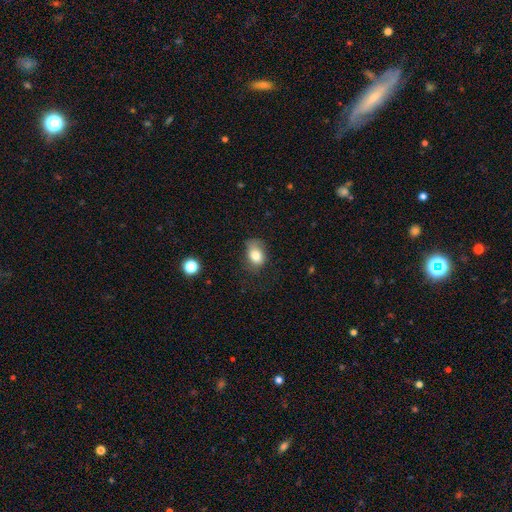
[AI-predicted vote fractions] This appears to be a smooth galaxy with no disk features (80%) that is in between round and cigar-shaped (71%). Merging: none (51%).